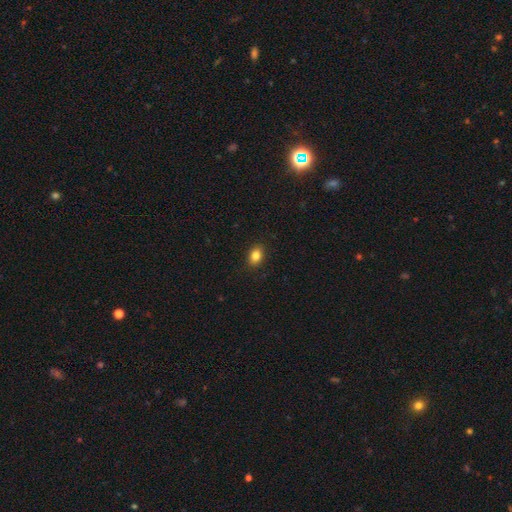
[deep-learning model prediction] smooth_or_featured: smooth (p=0.84) [alt: star or artifact p=0.10]
how_rounded: in between (p=0.70) [alt: round p=0.29]
merging: none (p=0.90) [alt: minor disturbance p=0.08]